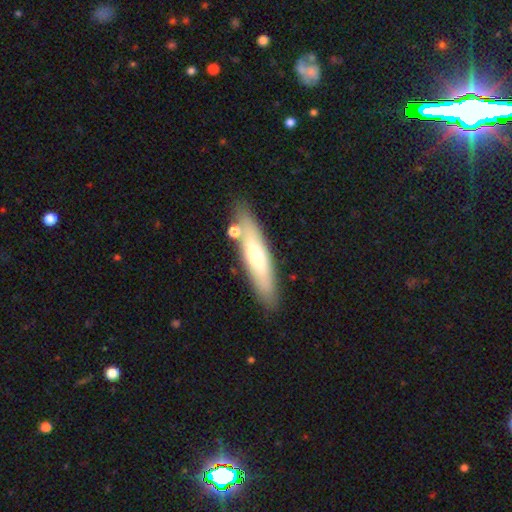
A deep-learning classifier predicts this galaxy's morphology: type=smooth (52%); roundness=cigar-shaped (74%); merging=none (79%).